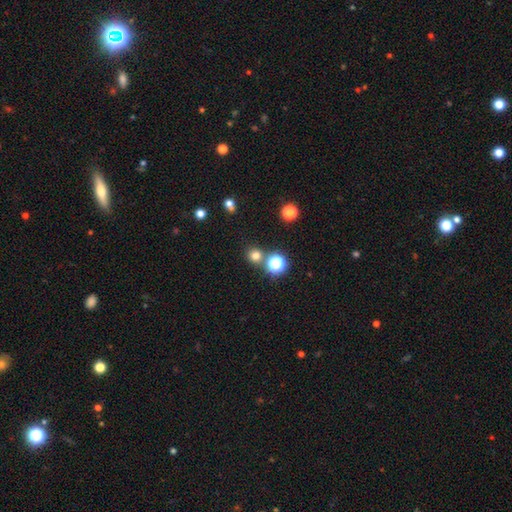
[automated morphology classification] type=smooth (73%); roundness=round (90%); merging=none (76%).